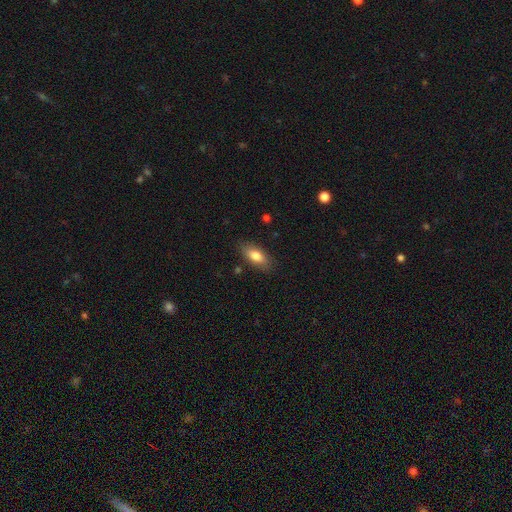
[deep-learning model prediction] smooth_or_featured: smooth (p=0.78) [alt: featured or disk p=0.15]
how_rounded: in between (p=0.83) [alt: cigar-shaped p=0.13]
merging: none (p=0.85) [alt: minor disturbance p=0.11]